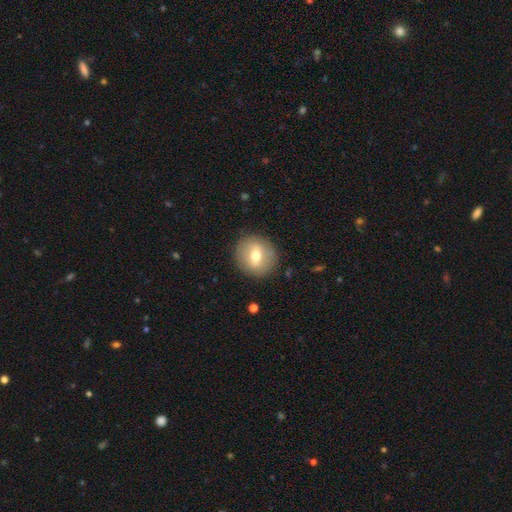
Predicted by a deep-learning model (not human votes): The model was most divided on "smooth or featured": smooth: 53%, featured or disk: 39%, star or artifact: 8%. More confident: merging — none (87%); how rounded — round (84%).